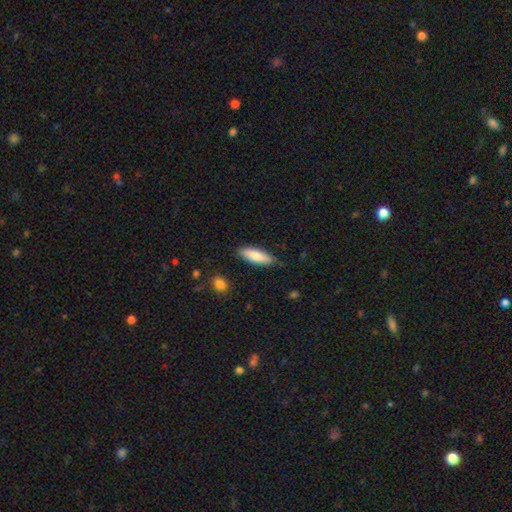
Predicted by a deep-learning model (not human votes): The model was most divided on "how rounded": in between: 54%, cigar-shaped: 45%, round: 2%. More confident: smooth or featured — smooth (84%); merging — none (82%).